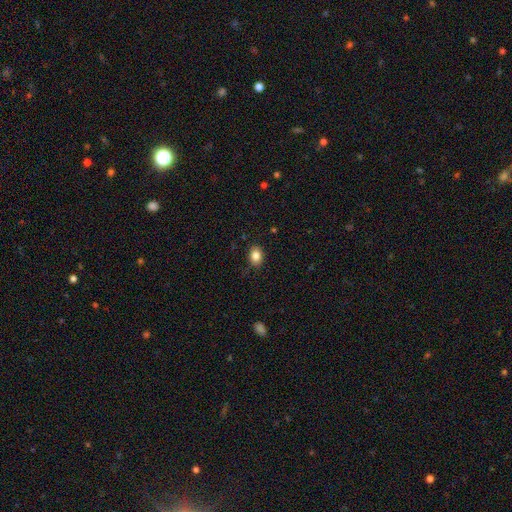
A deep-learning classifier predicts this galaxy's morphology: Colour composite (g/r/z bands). It shows a smooth galaxy with no disk features (85%) that is in between round and cigar-shaped (66%). Merging: none (85%).